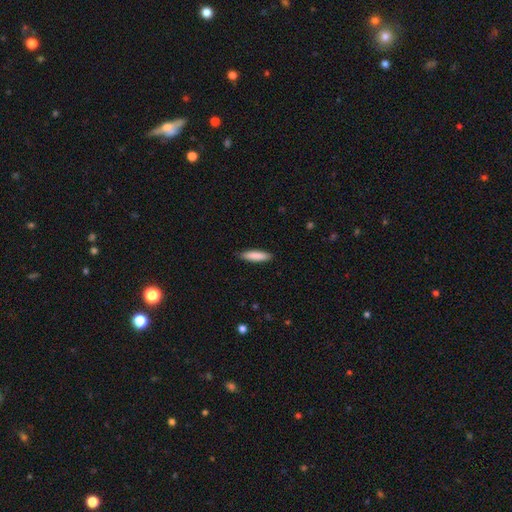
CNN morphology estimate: Q: Smooth or featured?
A: smooth (87%); runner-up: featured or disk (8%)
Q: How rounded?
A: cigar-shaped (70%); runner-up: in between (28%)
Q: Merging?
A: none (87%); runner-up: minor disturbance (10%)